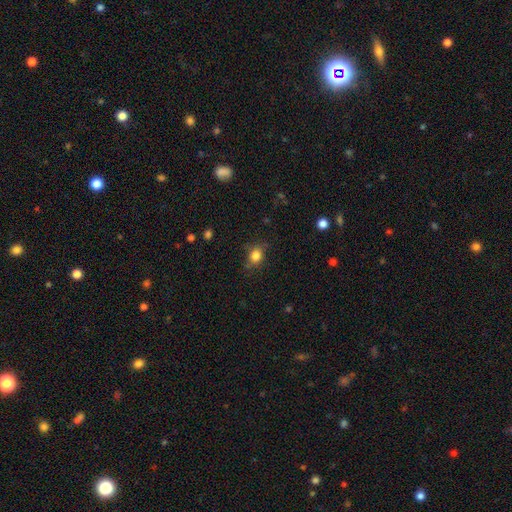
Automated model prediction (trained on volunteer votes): Smooth or featured: smooth — 83% (star or artifact — 11%)
How rounded: round — 51% (in between — 48%)
Merging: none — 72% (minor disturbance — 20%)